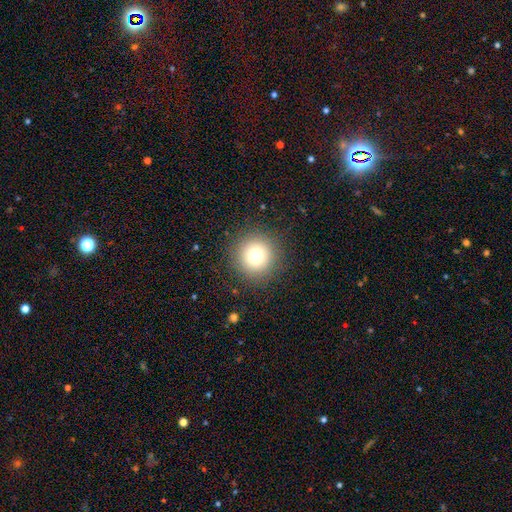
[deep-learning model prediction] The model was most divided on "smooth or featured": smooth: 76%, star or artifact: 14%, featured or disk: 10%. More confident: how rounded — round (95%); merging — none (90%).